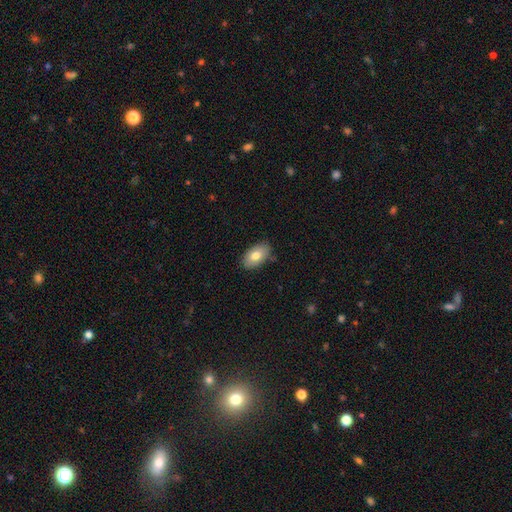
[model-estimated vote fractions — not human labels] smooth-or-featured: smooth: 76% | featured or disk: 18% | star or artifact: 7%
  how-rounded: in between: 93% | round: 5% | cigar-shaped: 2%
  merging: none: 83% | minor disturbance: 13% | major disturbance: 2% | merger: 1%